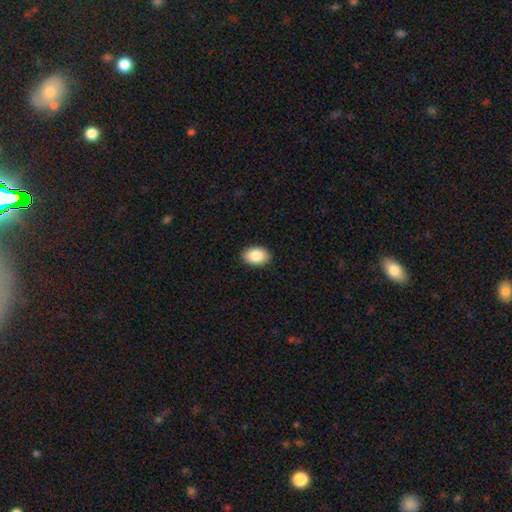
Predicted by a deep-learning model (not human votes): smooth_or_featured: smooth (p=0.87) [alt: star or artifact p=0.07]
how_rounded: in between (p=0.88) [alt: round p=0.11]
merging: none (p=0.90) [alt: minor disturbance p=0.08]